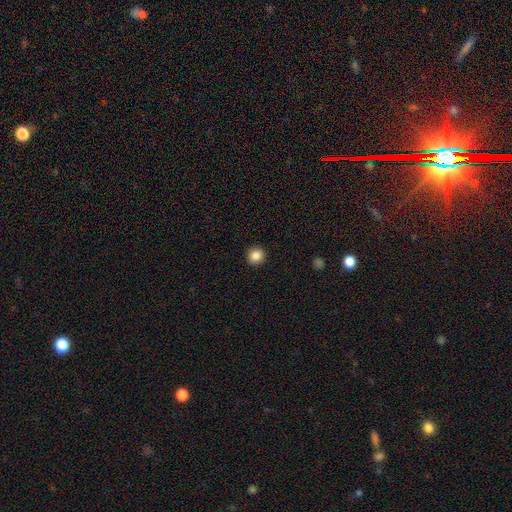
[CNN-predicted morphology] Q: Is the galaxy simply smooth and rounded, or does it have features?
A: smooth — 87%.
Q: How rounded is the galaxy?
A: round — 93%.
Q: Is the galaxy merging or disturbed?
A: none — 93%.